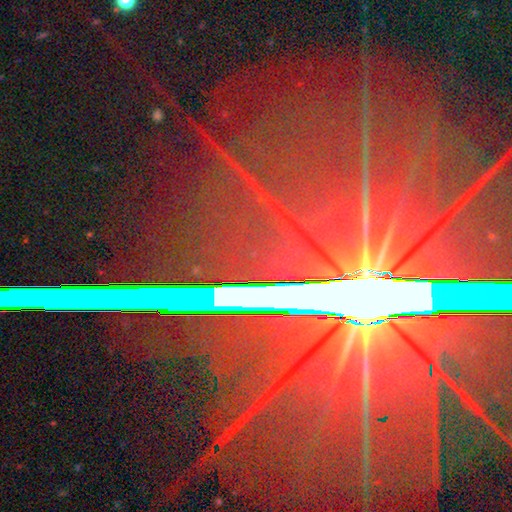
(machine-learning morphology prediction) Smooth or featured: star or artifact — 84% (featured or disk — 11%)